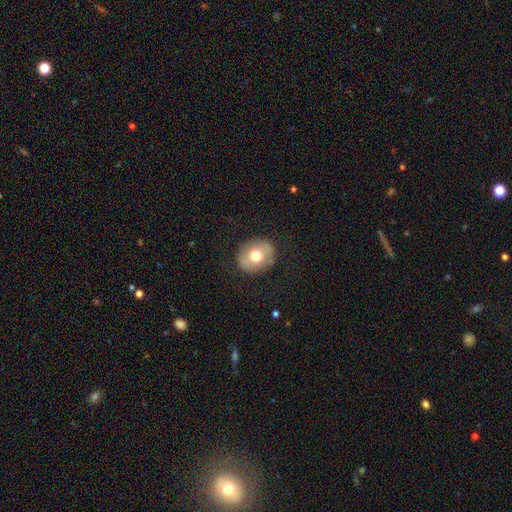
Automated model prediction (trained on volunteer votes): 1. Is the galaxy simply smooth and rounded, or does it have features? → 64% smooth, 28% featured or disk, 8% star or artifact.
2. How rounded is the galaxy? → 75% round, 24% in between, 1% cigar-shaped.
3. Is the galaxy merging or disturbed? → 85% none, 10% minor disturbance, 4% major disturbance, 1% merger.